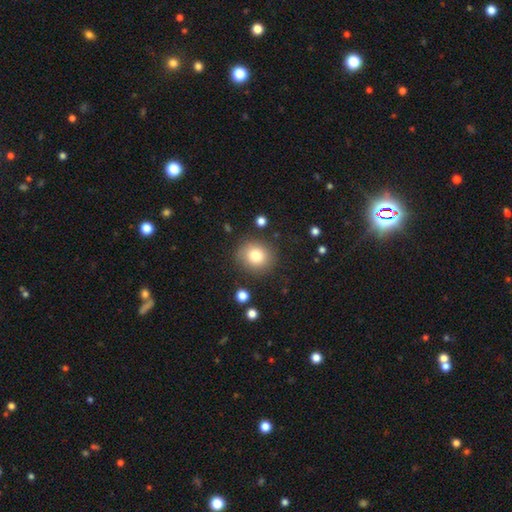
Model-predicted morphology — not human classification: A smooth galaxy with no disk features (79%) that is round (85%). Merging: none (85%).